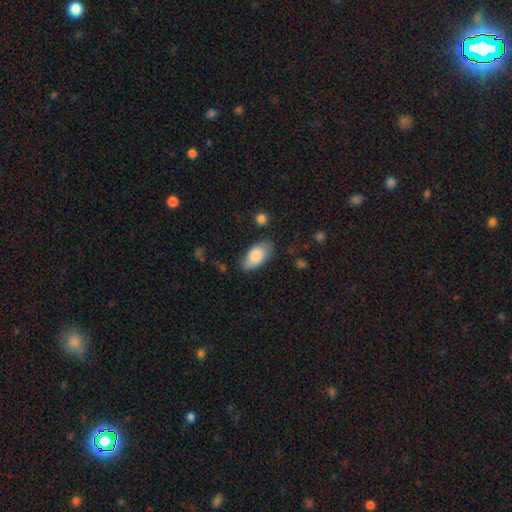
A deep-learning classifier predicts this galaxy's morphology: Smooth or featured?
  - smooth: 82% *
  - featured or disk: 12%
  - star or artifact: 6%
How rounded?
  - in between: 93% *
  - cigar-shaped: 4%
  - round: 3%
Merging?
  - none: 75% *
  - minor disturbance: 18%
  - major disturbance: 4%
  - merger: 2%